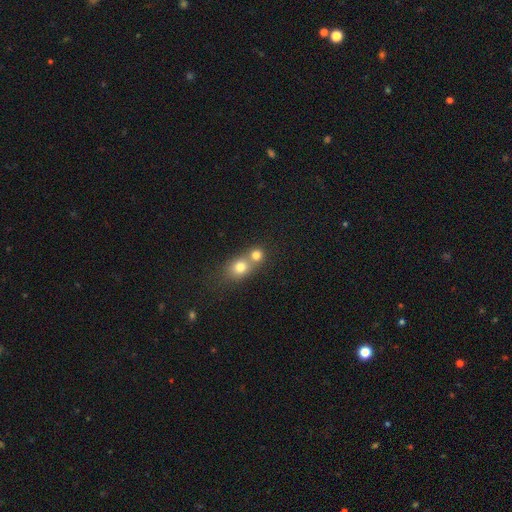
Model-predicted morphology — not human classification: A smooth galaxy with no disk features (72%) that is round (72%). Merging: merger (61%).